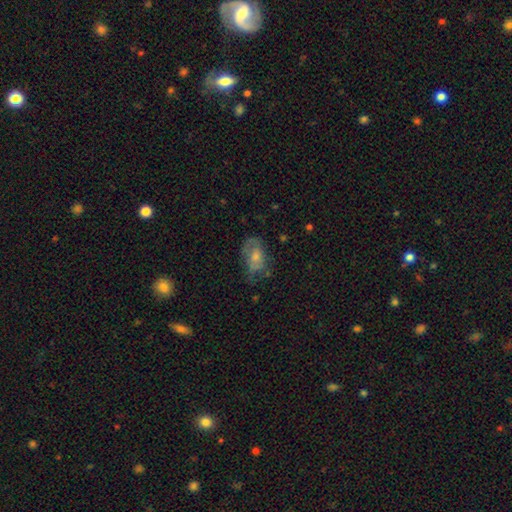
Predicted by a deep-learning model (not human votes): smooth_or_featured: featured or disk (p=0.46) [alt: smooth p=0.43]
merging: none (p=0.53) [alt: minor disturbance p=0.28]